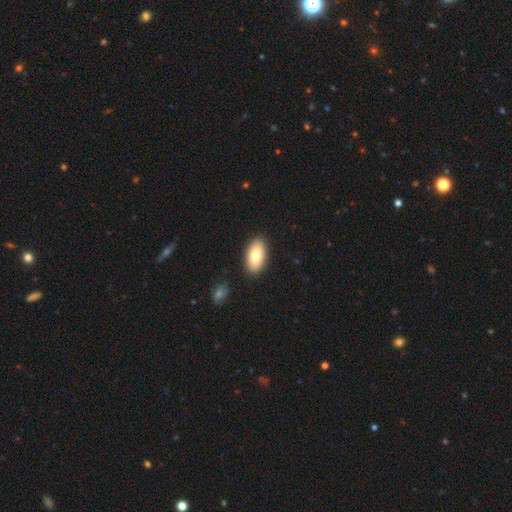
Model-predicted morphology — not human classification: Q: Smooth or featured?
A: smooth (77%); runner-up: featured or disk (16%)
Q: How rounded?
A: in between (94%); runner-up: round (4%)
Q: Merging?
A: none (88%); runner-up: minor disturbance (8%)